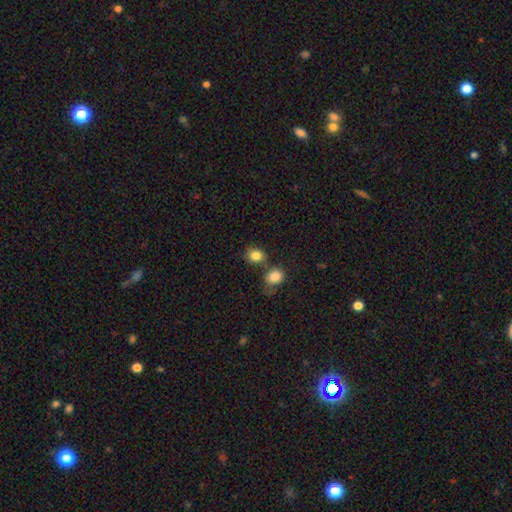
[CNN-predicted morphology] Q: Smooth or featured?
A: smooth (84%); runner-up: star or artifact (10%)
Q: How rounded?
A: round (64%); runner-up: in between (35%)
Q: Merging?
A: none (61%); runner-up: merger (23%)